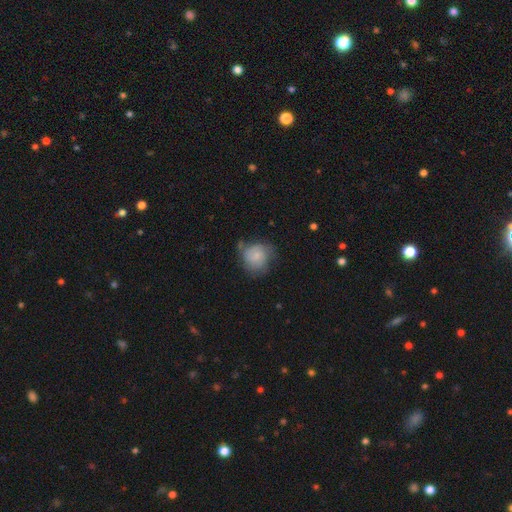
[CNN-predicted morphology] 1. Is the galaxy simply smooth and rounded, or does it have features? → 58% smooth, 34% featured or disk, 8% star or artifact.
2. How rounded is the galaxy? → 72% round, 27% in between, 1% cigar-shaped.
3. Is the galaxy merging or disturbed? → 49% none, 32% minor disturbance, 15% major disturbance, 4% merger.